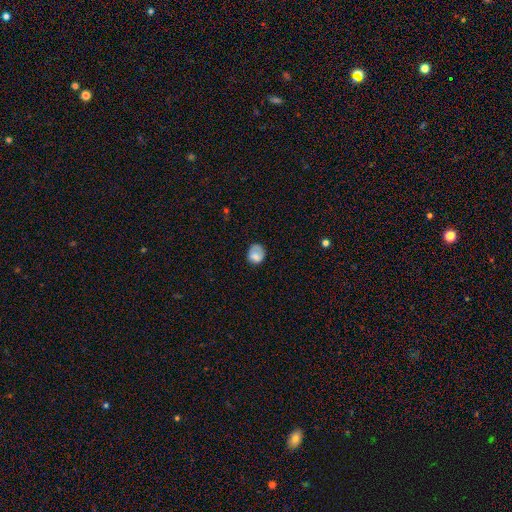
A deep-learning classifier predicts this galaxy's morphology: smooth-or-featured: smooth: 75% | featured or disk: 16% | star or artifact: 9%
  how-rounded: round: 60% | in between: 39% | cigar-shaped: 1%
  merging: none: 56% | minor disturbance: 27% | major disturbance: 14% | merger: 2%